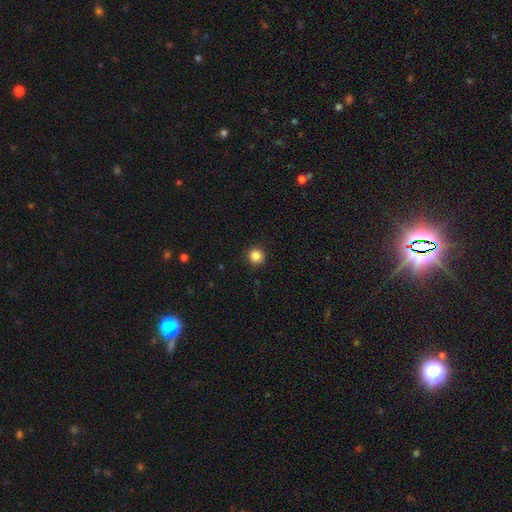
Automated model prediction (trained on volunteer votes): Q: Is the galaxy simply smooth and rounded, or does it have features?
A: smooth — 86%.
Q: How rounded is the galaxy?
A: round — 93%.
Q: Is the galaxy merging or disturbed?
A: none — 91%.